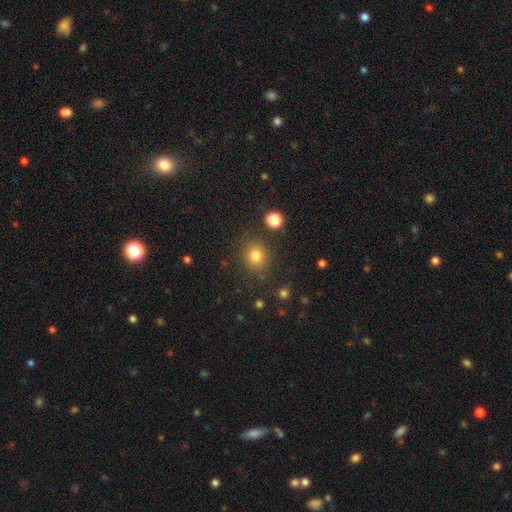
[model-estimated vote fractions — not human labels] smooth-or-featured: smooth: 81% | star or artifact: 13% | featured or disk: 6%
  how-rounded: round: 78% | in between: 21% | cigar-shaped: 1%
  merging: none: 83% | minor disturbance: 9% | merger: 4% | major disturbance: 4%